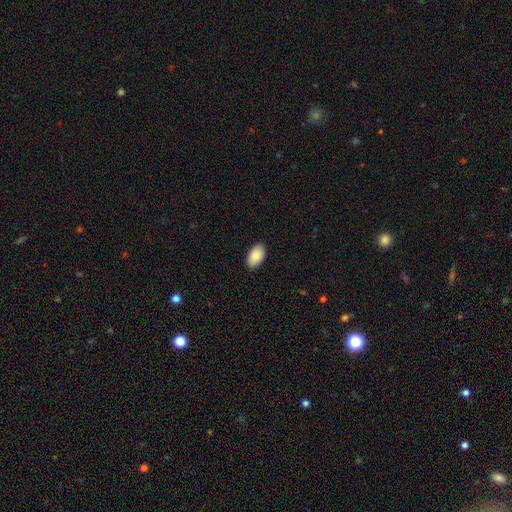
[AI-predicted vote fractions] This appears to be a smooth galaxy with no disk features (89%) that is in between round and cigar-shaped (94%). Merging: none (89%).